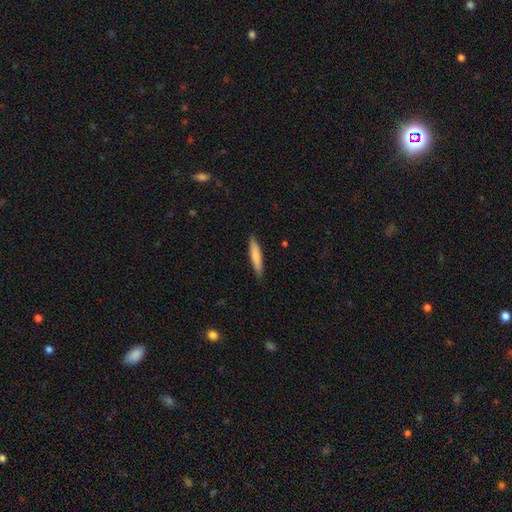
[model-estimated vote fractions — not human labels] smooth_or_featured: smooth (p=0.76) [alt: featured or disk p=0.19]
how_rounded: cigar-shaped (p=0.88) [alt: in between p=0.11]
merging: none (p=0.86) [alt: minor disturbance p=0.11]